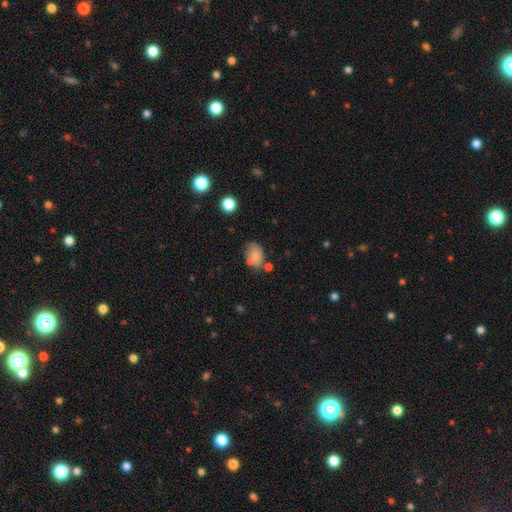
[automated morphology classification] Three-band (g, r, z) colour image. It shows a smooth galaxy with no disk features (75%) that is in between round and cigar-shaped (81%). Merging: none (47%).